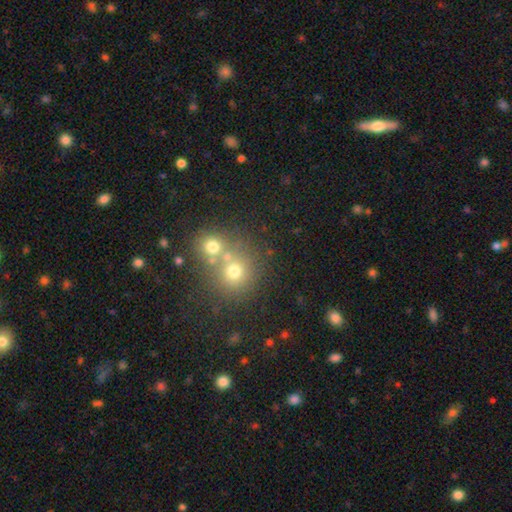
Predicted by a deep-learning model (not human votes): A smooth galaxy with no disk features (61%) that is round (82%). Merging: merger (46%).